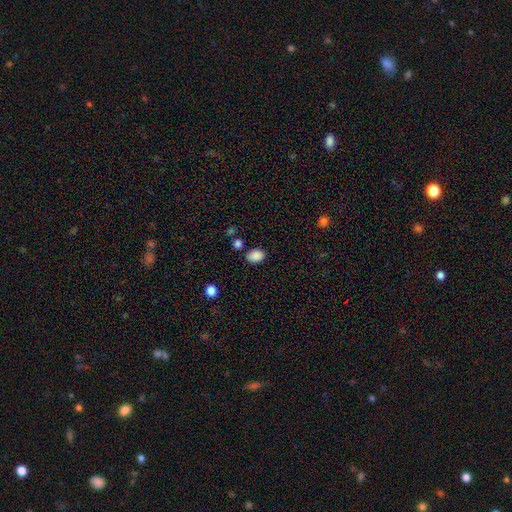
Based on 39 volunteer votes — This is likely a smooth galaxy (77%). How rounded: likely in between (73%). Merging: clearly none (89%).